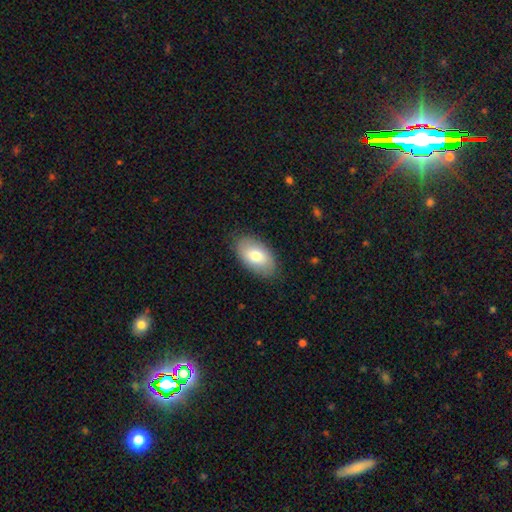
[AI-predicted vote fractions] Morphology: type=smooth (75%); roundness=in between (94%); merging=none (84%).